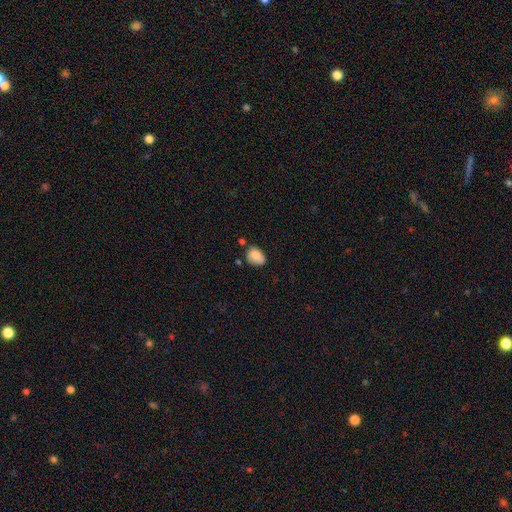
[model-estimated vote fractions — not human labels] This is clearly a smooth galaxy (80%). How rounded: likely in between (67%). Merging: possibly none (53%).